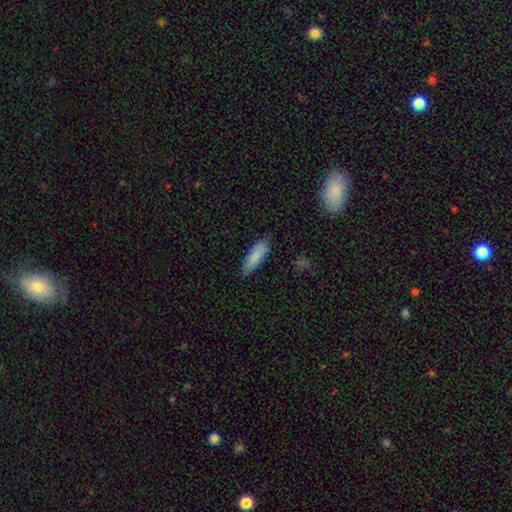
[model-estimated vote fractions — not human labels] smooth 86%, featured or disk 8%, star or artifact 6%. Down the decision tree: how rounded — cigar-shaped (53%); merging — none (82%).